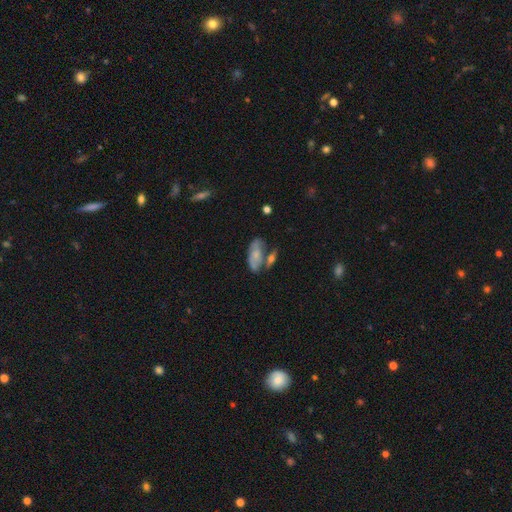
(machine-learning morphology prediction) This appears to be a smooth galaxy with no disk features (55%) that is in between round and cigar-shaped (84%). Merging: none (40%).